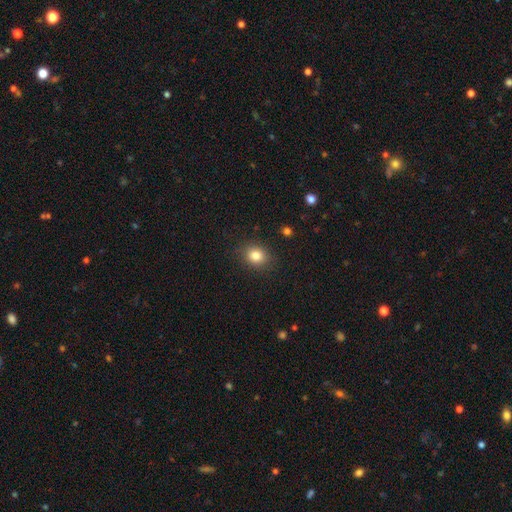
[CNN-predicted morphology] This is clearly a smooth galaxy (83%). How rounded: likely round (64%). Merging: clearly none (87%).